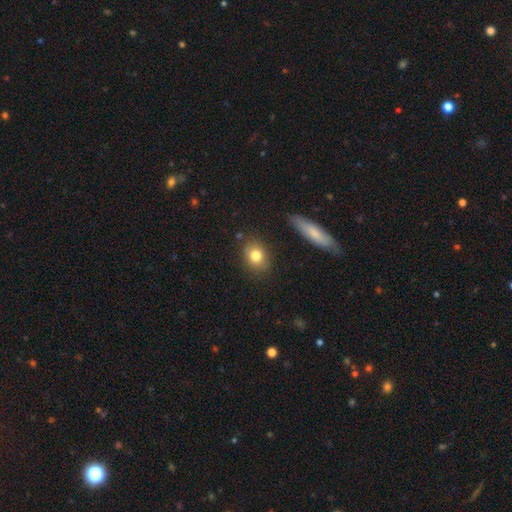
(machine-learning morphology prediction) Smooth or featured? Predicted: smooth (p=0.80). How rounded? Predicted: round (p=0.50). Merging? Predicted: none (p=0.81).